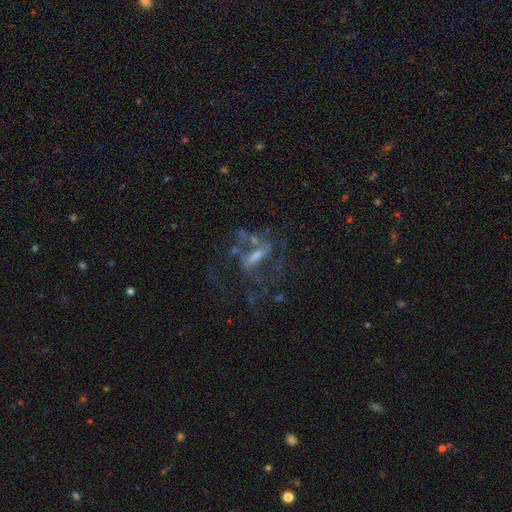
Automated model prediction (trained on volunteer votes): The model was most divided on "bar": strong: 42%, weak: 37%, no: 21%. Remaining: edge-on disk — no (90%); smooth or featured — featured or disk (73%); spiral arms — yes (70%); merging — none (42%); bulge size — small (42%).